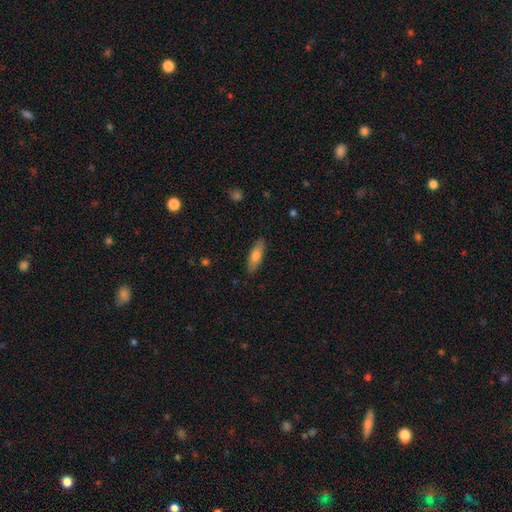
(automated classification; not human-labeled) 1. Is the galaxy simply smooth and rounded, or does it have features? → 72% smooth, 22% featured or disk, 6% star or artifact.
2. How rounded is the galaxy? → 55% in between, 43% cigar-shaped, 2% round.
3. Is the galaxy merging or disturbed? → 87% none, 10% minor disturbance, 2% major disturbance, 1% merger.